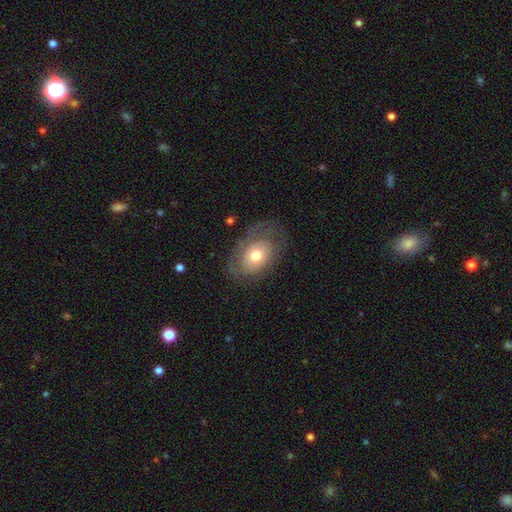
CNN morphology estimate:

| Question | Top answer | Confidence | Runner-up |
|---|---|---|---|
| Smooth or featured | smooth | 55% | featured or disk (38%) |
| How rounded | in between | 80% | round (18%) |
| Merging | none | 60% | minor disturbance (23%) |